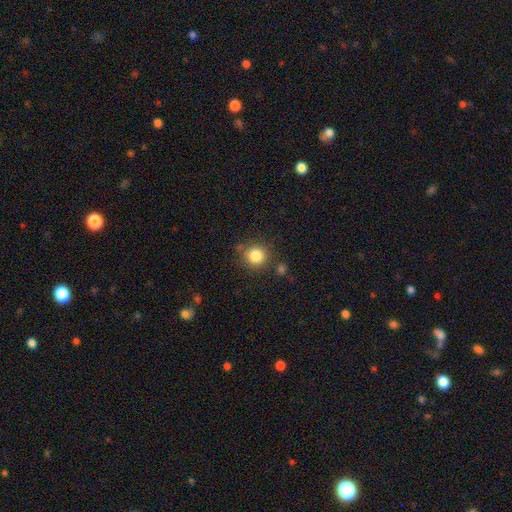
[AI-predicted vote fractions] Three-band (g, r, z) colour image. It shows a smooth galaxy with no disk features (84%) that is round (91%). Merging: none (79%).